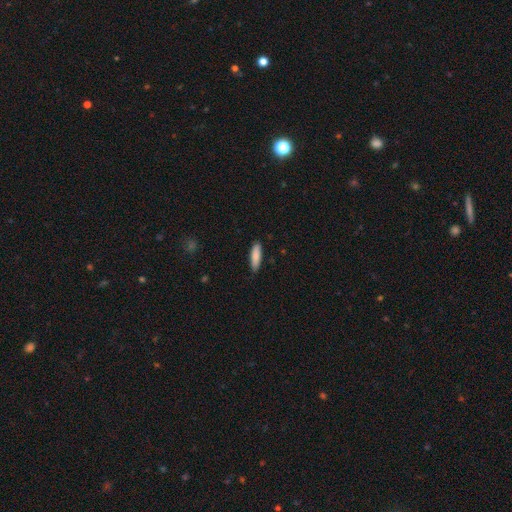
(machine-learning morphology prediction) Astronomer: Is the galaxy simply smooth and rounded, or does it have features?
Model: smooth — 87%.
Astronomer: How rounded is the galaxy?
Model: cigar-shaped — 64%.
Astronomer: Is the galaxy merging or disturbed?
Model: none — 86%.